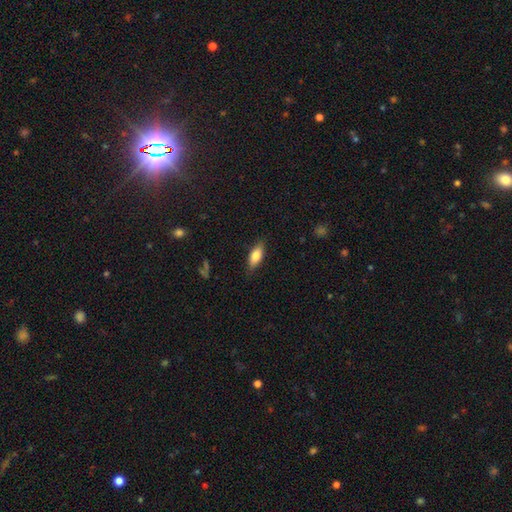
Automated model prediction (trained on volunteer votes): This appears to be a smooth galaxy with no disk features (77%) that is in between round and cigar-shaped (76%). Merging: none (84%).